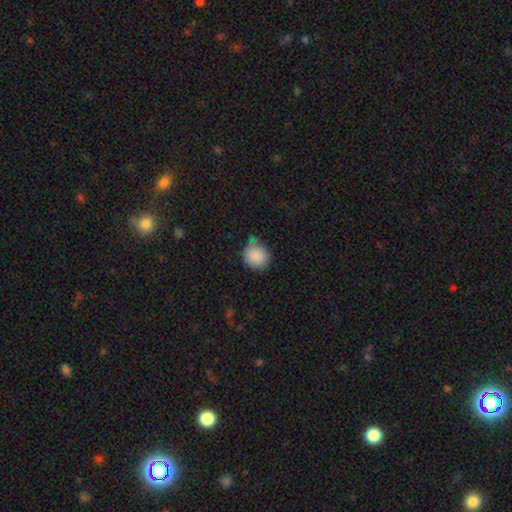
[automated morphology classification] type=smooth (88%); roundness=round (85%); merging=none (70%).